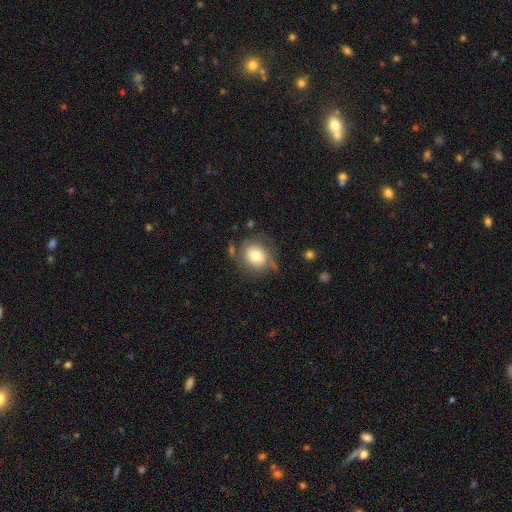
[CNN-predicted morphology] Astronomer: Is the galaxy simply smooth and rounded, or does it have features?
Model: smooth — 72%.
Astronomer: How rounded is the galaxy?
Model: round — 72%.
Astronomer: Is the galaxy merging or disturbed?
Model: none — 65%.